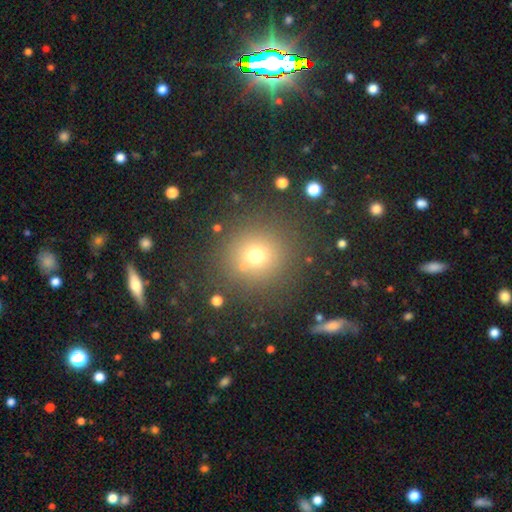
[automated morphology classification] type=smooth (69%); roundness=round (91%); merging=none (83%).